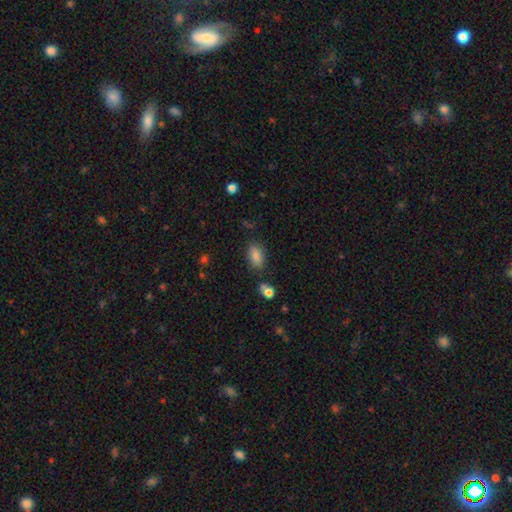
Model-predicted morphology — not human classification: A smooth galaxy with no disk features (84%) that is in between round and cigar-shaped (89%).

Vote fractions:
- Smooth or featured? smooth: 84% / star or artifact: 10% / featured or disk: 6%
- How rounded? in between: 89% / round: 5% / cigar-shaped: 5%
- Merging? none: 79% / minor disturbance: 13% / merger: 4% / major disturbance: 3%